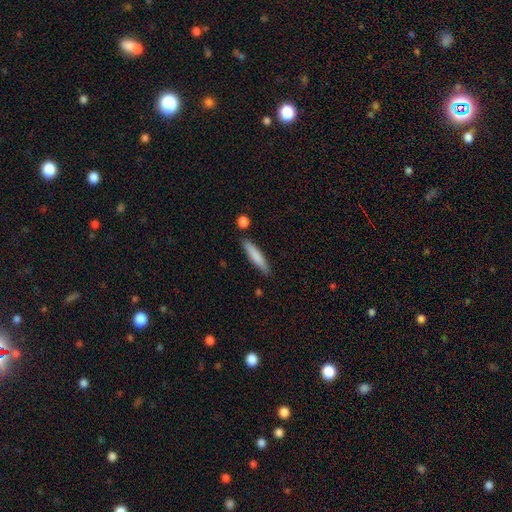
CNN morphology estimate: type=smooth (79%); roundness=cigar-shaped (87%); merging=none (84%).